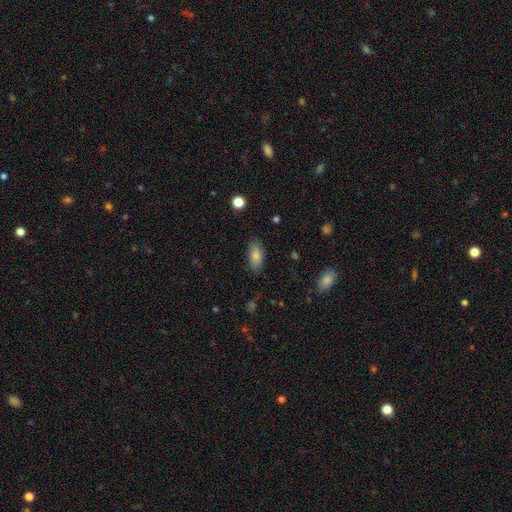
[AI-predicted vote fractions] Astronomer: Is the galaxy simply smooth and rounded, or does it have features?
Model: smooth — 82%.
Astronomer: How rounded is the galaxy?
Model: in between — 84%.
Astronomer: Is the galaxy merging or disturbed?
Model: none — 85%.